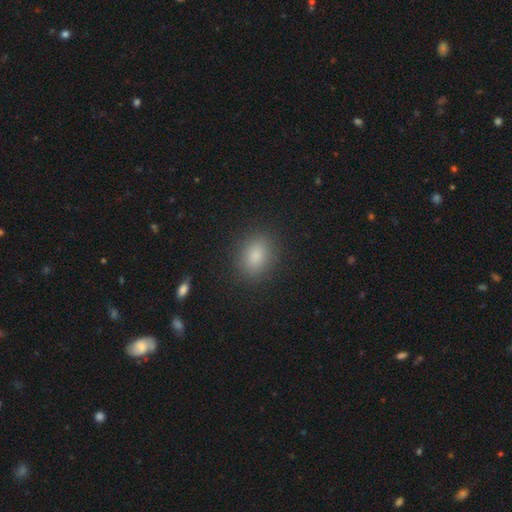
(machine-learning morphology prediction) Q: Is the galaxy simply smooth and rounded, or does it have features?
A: smooth — 84%.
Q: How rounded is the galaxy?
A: in between — 63%.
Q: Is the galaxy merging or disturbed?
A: none — 88%.